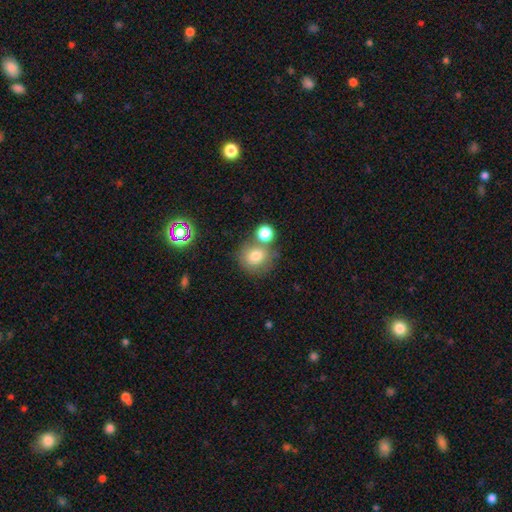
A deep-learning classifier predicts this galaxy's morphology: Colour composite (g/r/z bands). It shows a smooth galaxy with no disk features (76%) that is round (84%). Merging: none (57%).